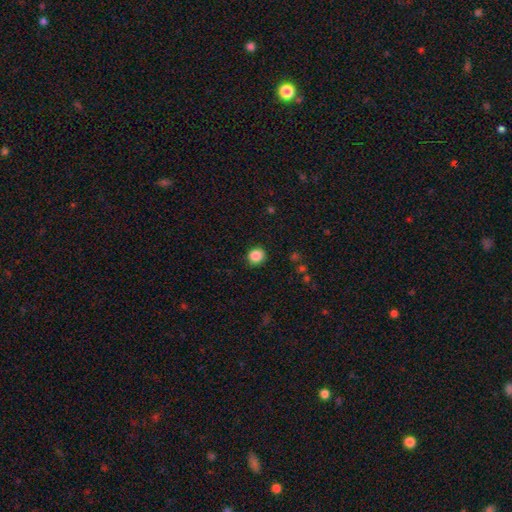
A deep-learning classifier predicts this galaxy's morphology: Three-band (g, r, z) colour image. It shows a smooth galaxy with no disk features (87%) that is round (85%). Merging: none (89%).